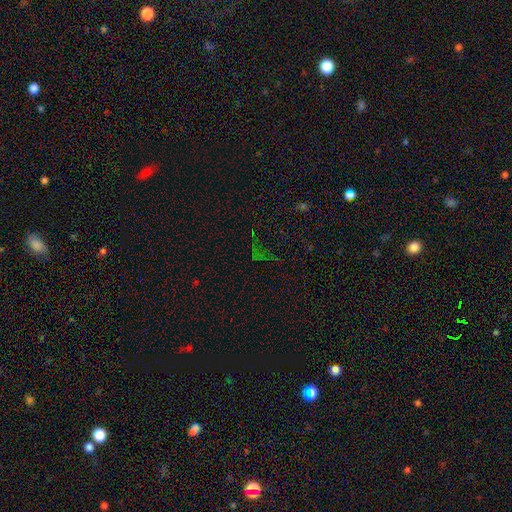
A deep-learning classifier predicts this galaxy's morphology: A star or artifact, not a galaxy (70%).

Vote fractions:
- Smooth or featured? star or artifact: 70% / smooth: 18% / featured or disk: 11%